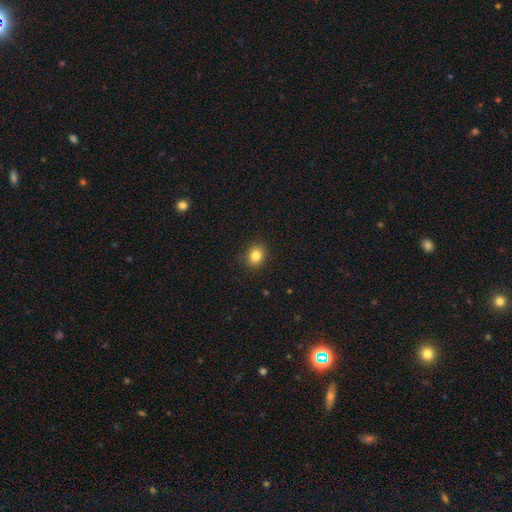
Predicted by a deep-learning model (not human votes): Q: Smooth or featured?
A: smooth (83%); runner-up: star or artifact (11%)
Q: How rounded?
A: round (66%); runner-up: in between (33%)
Q: Merging?
A: none (87%); runner-up: minor disturbance (10%)